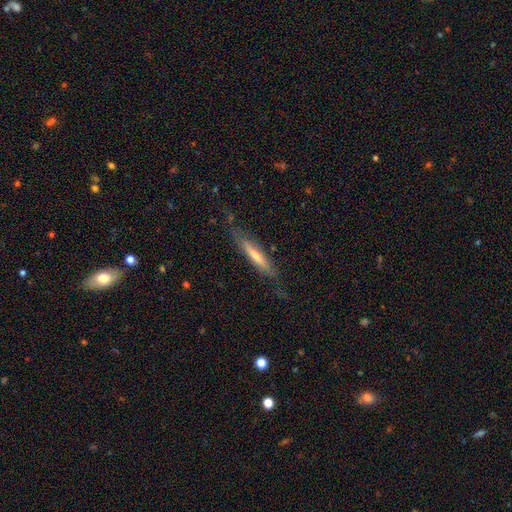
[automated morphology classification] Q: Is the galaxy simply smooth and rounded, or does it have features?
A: featured or disk — 49%.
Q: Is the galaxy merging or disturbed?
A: none — 75%.